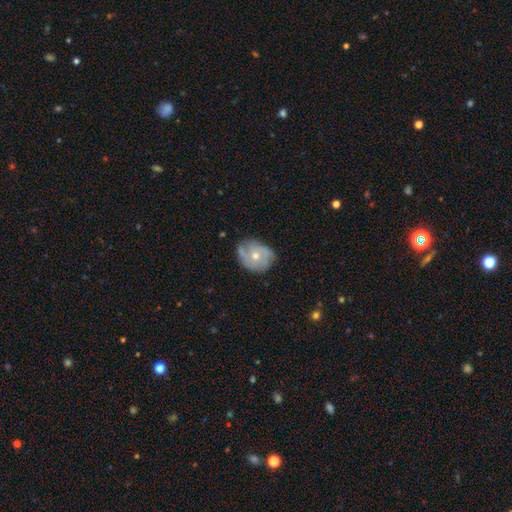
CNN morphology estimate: smooth-or-featured: featured or disk: 67% | smooth: 26% | star or artifact: 7%
  disk-edge-on: no: 97% | yes: 3%
    bar: no: 77% | weak: 19% | strong: 3%
    has-spiral-arms: yes: 81% | no: 19%
      spiral-winding: tight: 45% | medium: 38% | loose: 17%
      spiral-arm-count: can't tell: 29% | 2: 28% | 3: 27% | 4: 7% | 1: 5% | more than 4: 4%
    bulge-size: moderate: 66% | small: 30% | large: 2% | none: 1% | dominant: 1%
  merging: none: 66% | minor disturbance: 25% | major disturbance: 7% | merger: 2%